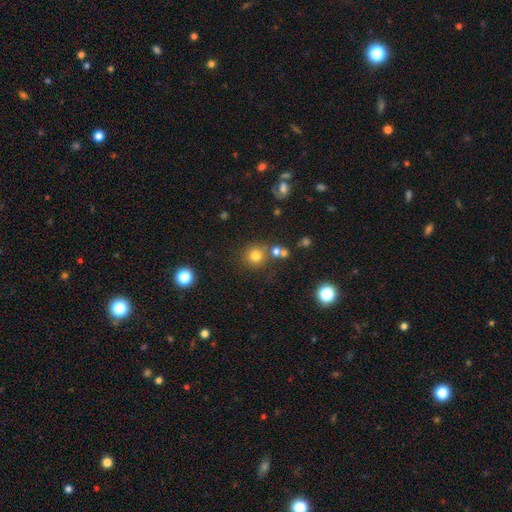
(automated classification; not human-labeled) smooth_or_featured: smooth (p=0.76) [alt: star or artifact p=0.16]
how_rounded: round (p=0.91) [alt: in between p=0.08]
merging: none (p=0.73) [alt: merger p=0.14]